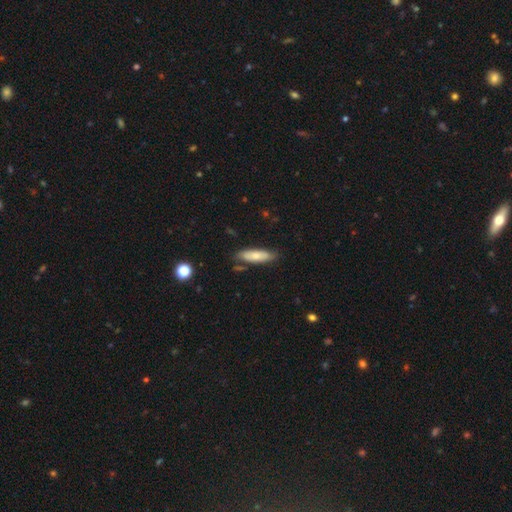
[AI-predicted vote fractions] smooth_or_featured: smooth (p=0.70) [alt: featured or disk p=0.23]
how_rounded: cigar-shaped (p=0.56) [alt: in between p=0.42]
merging: none (p=0.73) [alt: minor disturbance p=0.19]